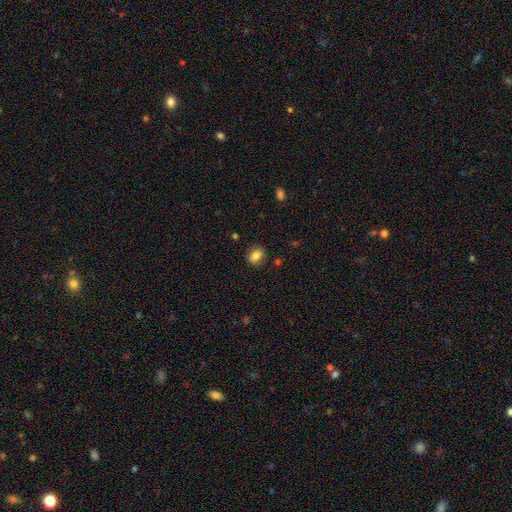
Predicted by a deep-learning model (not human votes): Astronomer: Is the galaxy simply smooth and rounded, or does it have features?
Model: smooth — 79%.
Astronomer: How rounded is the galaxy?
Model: in between — 64%.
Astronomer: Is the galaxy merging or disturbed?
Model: none — 83%.